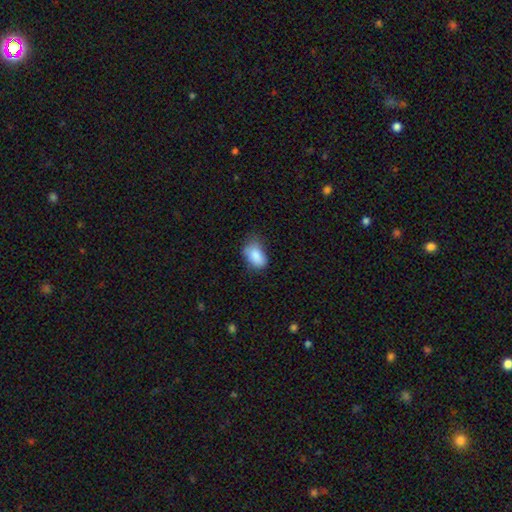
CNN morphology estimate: Smooth or featured?
  - smooth: 85% *
  - star or artifact: 8%
  - featured or disk: 7%
How rounded?
  - in between: 90% *
  - round: 9%
  - cigar-shaped: 2%
Merging?
  - none: 54% *
  - minor disturbance: 35%
  - major disturbance: 9%
  - merger: 2%